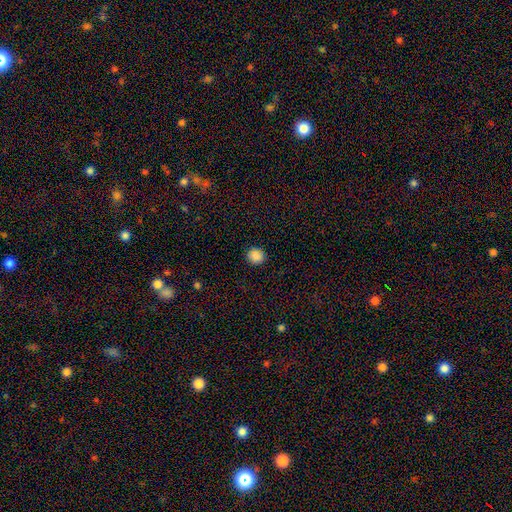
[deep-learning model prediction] The model was most divided on "smooth or featured": smooth: 87%, star or artifact: 10%, featured or disk: 4%. More confident: merging — none (89%); how rounded — round (88%).